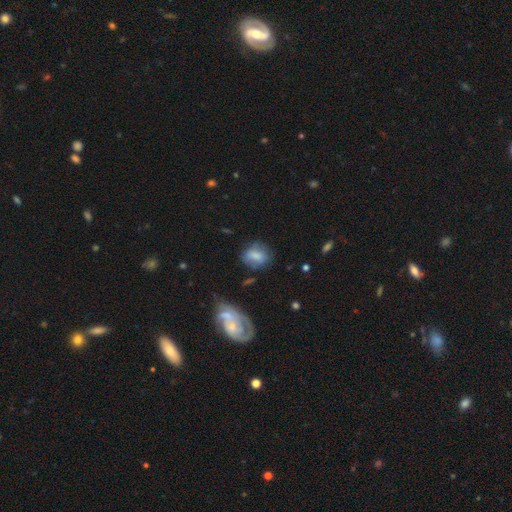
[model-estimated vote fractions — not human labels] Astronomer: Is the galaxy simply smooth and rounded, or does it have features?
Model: smooth — 70%.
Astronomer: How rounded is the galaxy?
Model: in between — 52% (runner-up: round, 46%).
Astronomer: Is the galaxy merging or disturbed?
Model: none — 63%.